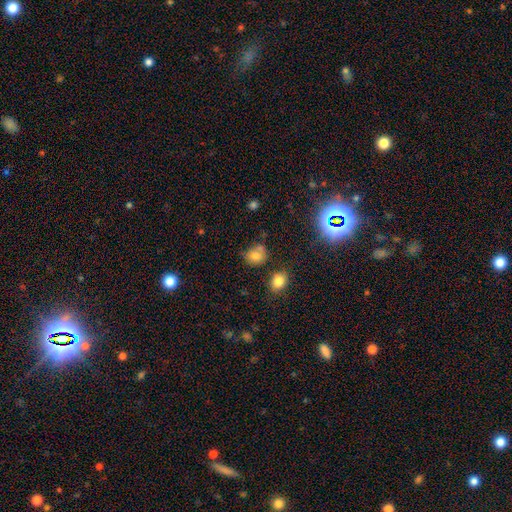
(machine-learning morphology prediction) This appears to be a smooth galaxy with no disk features (75%) that is round (57%). Merging: none (58%).